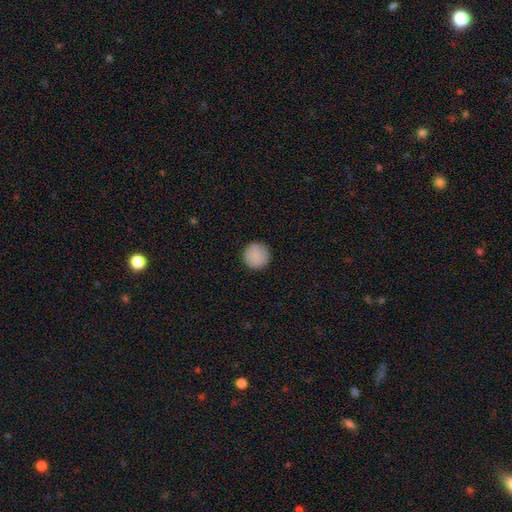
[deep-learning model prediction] smooth-or-featured: smooth: 88% | star or artifact: 7% | featured or disk: 5%
  how-rounded: round: 95% | in between: 4% | cigar-shaped: 1%
  merging: none: 91% | minor disturbance: 6% | major disturbance: 2% | merger: 1%